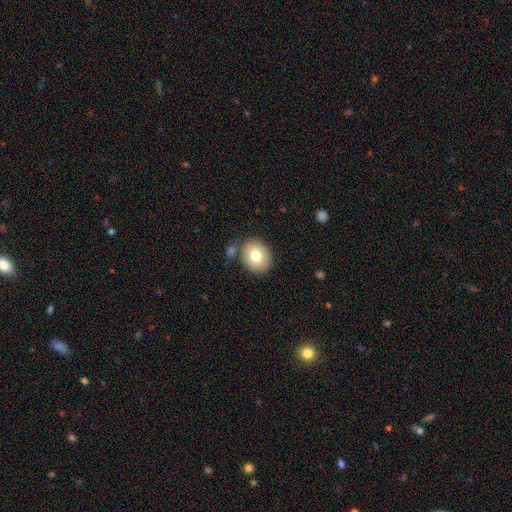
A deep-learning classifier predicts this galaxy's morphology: type=smooth (76%); roundness=round (56%); merging=none (78%).